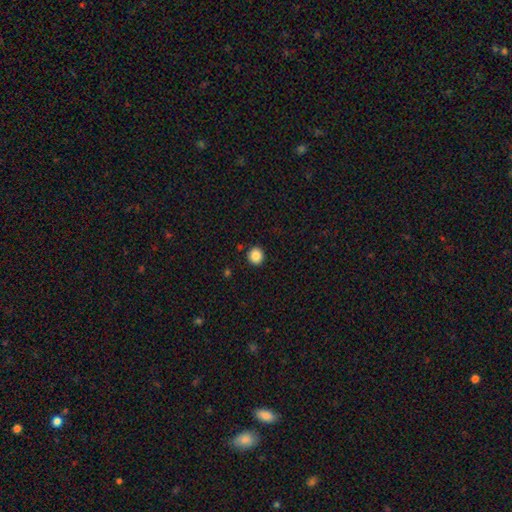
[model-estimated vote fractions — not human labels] smooth 86%, star or artifact 10%, featured or disk 4%. Down the decision tree: how rounded — round (89%); merging — none (91%).